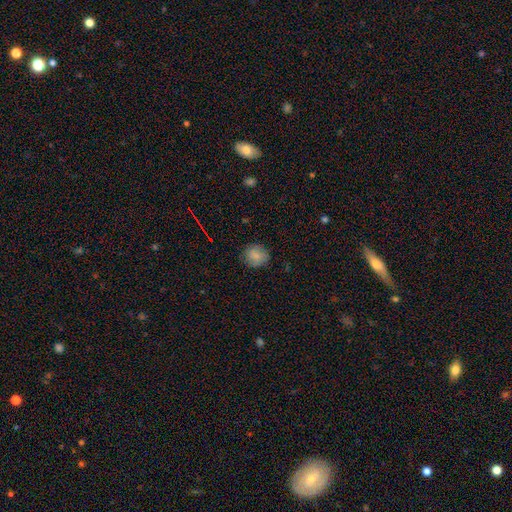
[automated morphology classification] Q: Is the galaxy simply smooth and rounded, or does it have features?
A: smooth — 85%.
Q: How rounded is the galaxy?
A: round — 82%.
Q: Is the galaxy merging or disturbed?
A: none — 84%.